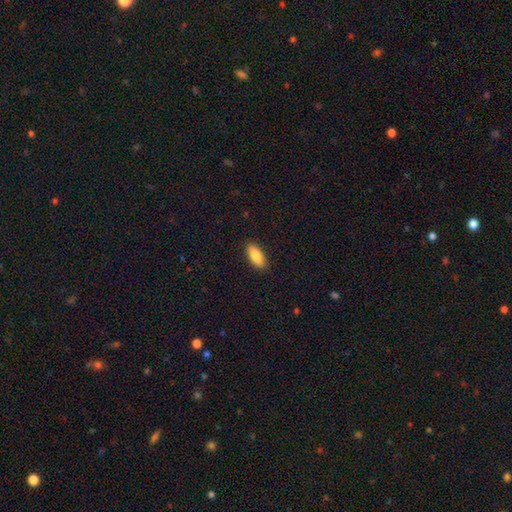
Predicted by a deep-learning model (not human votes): The model was most divided on "how rounded": in between: 80%, cigar-shaped: 18%, round: 2%. More confident: merging — none (90%); smooth or featured — smooth (85%).